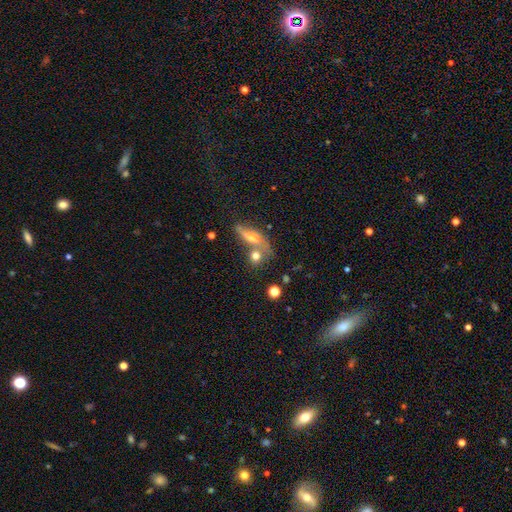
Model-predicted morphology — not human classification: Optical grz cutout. It shows a smooth galaxy with no disk features (66%) that is round (58%). Merging: none (43%).